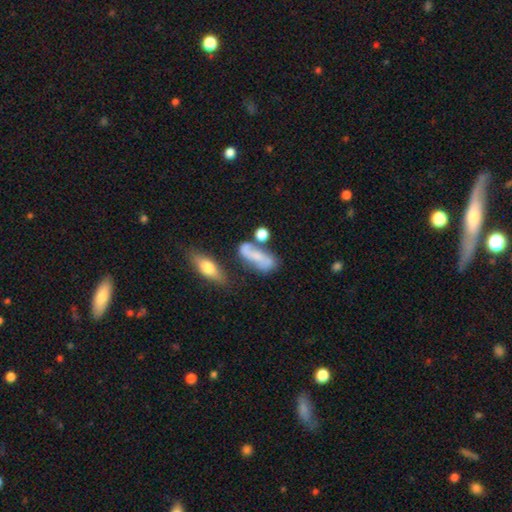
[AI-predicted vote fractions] A featured or disk galaxy (45%, tied with smooth).

Vote fractions:
- Smooth or featured? featured or disk: 45% (tied) / smooth: 45% (tied) / star or artifact: 11%
- Merging? none: 41% / minor disturbance: 23% / merger: 22% / major disturbance: 15%